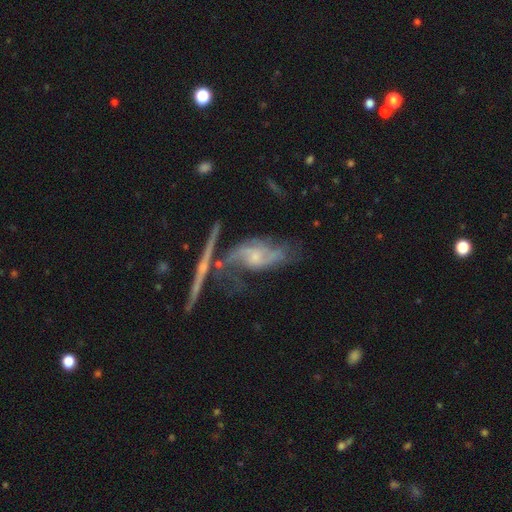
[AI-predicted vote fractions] smooth-or-featured: featured or disk: 76% | smooth: 15% | star or artifact: 8%
  disk-edge-on: no: 86% | yes: 14%
    bar: no: 62% | weak: 31% | strong: 7%
    has-spiral-arms: yes: 87% | no: 13%
      spiral-winding: loose: 44% | medium: 39% | tight: 18%
      spiral-arm-count: 2: 58% | can't tell: 21% | 3: 10% | 1: 6% | 4: 3% | more than 4: 3%
    bulge-size: small: 56% | moderate: 27% | none: 13% | large: 3% | dominant: 1%
  merging: none: 35% | major disturbance: 24% | minor disturbance: 21% | merger: 19%